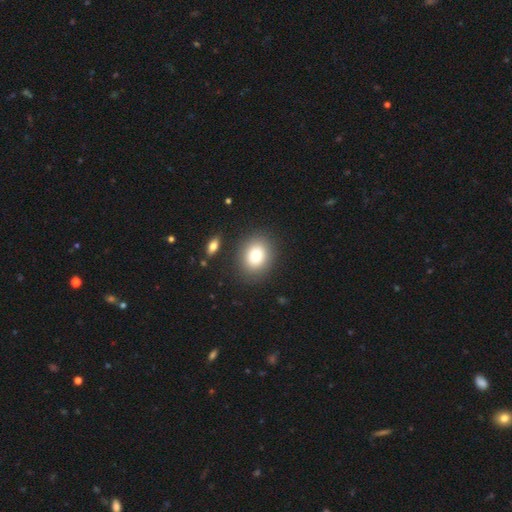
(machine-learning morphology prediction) smooth_or_featured: smooth (p=0.79) [alt: featured or disk p=0.11]
how_rounded: round (p=0.51) [alt: in between p=0.48]
merging: none (p=0.85) [alt: minor disturbance p=0.09]